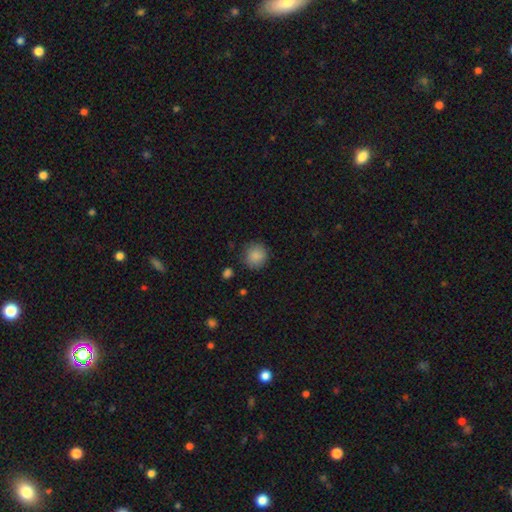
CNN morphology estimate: This appears to be a smooth galaxy with no disk features (87%) that is round (92%). Merging: none (85%).